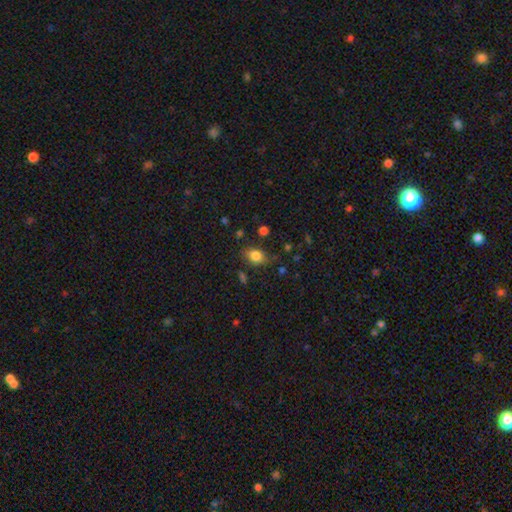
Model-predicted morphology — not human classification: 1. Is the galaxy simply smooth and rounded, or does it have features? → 82% smooth, 10% star or artifact, 8% featured or disk.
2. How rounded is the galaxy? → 78% in between, 20% round, 2% cigar-shaped.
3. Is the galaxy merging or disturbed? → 76% none, 17% minor disturbance, 4% major disturbance, 3% merger.